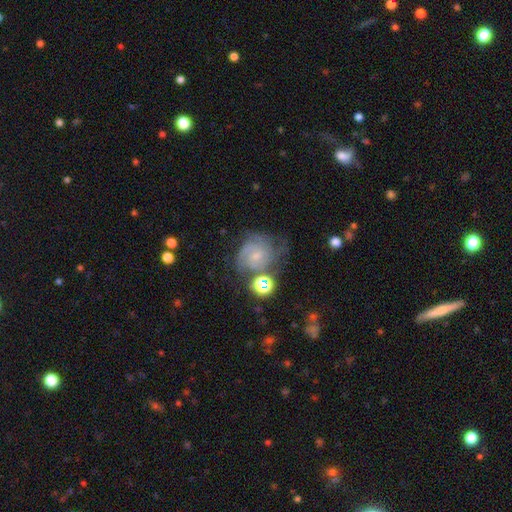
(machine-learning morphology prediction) Q: Smooth or featured?
A: featured or disk (70%); runner-up: smooth (19%)
Q: Edge-on disk?
A: no (98%); runner-up: yes (2%)
Q: Bar?
A: no (61%); runner-up: weak (33%)
Q: Spiral arms?
A: yes (92%); runner-up: no (8%)
Q: Spiral winding?
A: tight (51%); runner-up: medium (39%)
Q: Spiral arm count?
A: can't tell (31%); runner-up: 2 (29%)
Q: Bulge size?
A: small (67%); runner-up: moderate (23%)
Q: Merging?
A: none (49%); runner-up: minor disturbance (23%)